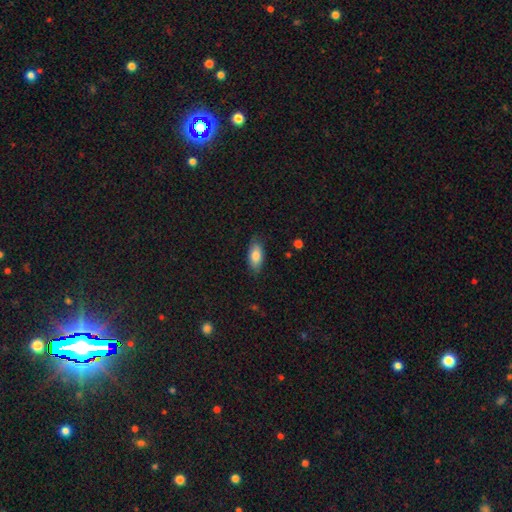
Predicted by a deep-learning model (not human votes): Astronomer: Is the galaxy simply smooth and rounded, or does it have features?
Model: smooth — 80%.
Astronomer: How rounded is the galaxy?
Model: in between — 87%.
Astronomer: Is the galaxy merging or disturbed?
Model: none — 83%.